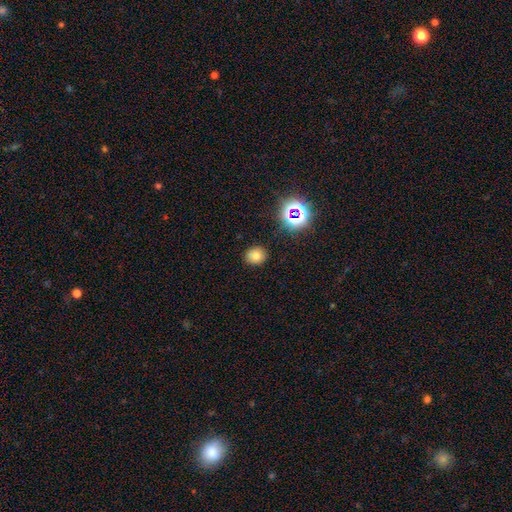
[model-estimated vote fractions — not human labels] The model was most divided on "how rounded": round: 67%, in between: 32%, cigar-shaped: 1%. More confident: merging — none (88%); smooth or featured — smooth (73%).